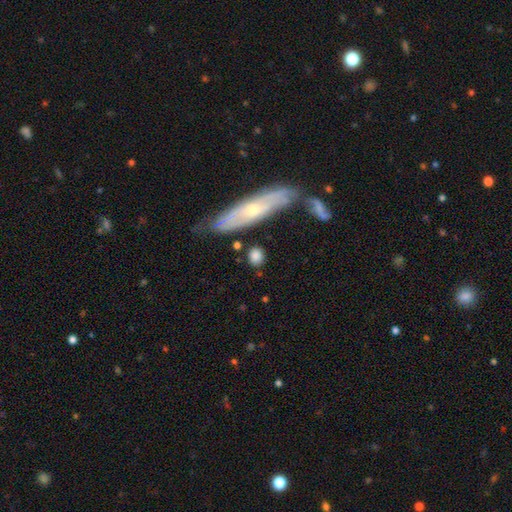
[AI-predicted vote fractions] smooth-or-featured: smooth: 78% | featured or disk: 15% | star or artifact: 7%
  how-rounded: round: 56% | in between: 32% | cigar-shaped: 12%
  merging: none: 76% | minor disturbance: 13% | merger: 6% | major disturbance: 5%